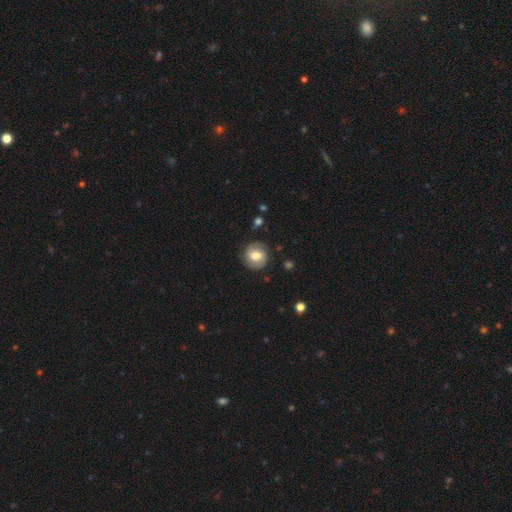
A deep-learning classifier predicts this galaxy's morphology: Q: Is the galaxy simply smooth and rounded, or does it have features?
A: smooth — 57%.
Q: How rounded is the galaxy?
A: round — 87%.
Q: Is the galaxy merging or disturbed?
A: none — 84%.